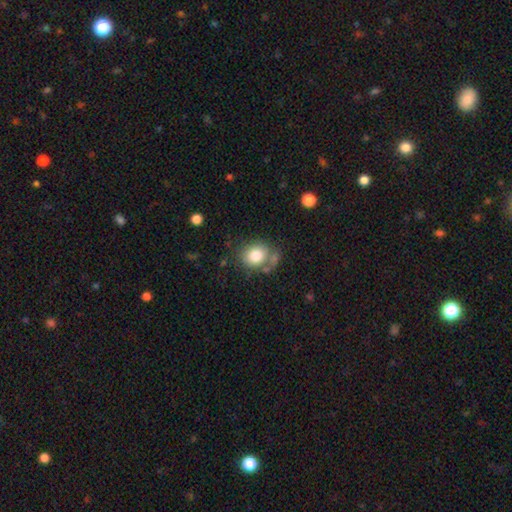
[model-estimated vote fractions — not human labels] A smooth galaxy with no disk features (80%) that is round (67%).

Vote fractions:
- Smooth or featured? smooth: 80% / featured or disk: 11% / star or artifact: 9%
- How rounded? round: 67% / in between: 32% / cigar-shaped: 1%
- Merging? none: 61% / minor disturbance: 19% / merger: 11% / major disturbance: 9%